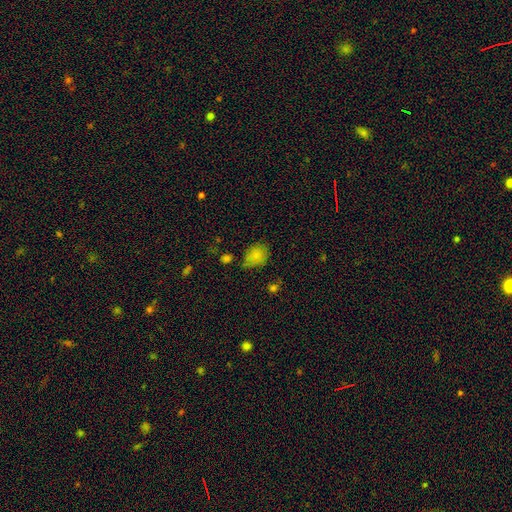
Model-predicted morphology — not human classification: Smooth or featured: smooth — 81% (star or artifact — 12%)
How rounded: round — 50% (in between — 49%)
Merging: none — 58% (minor disturbance — 28%)